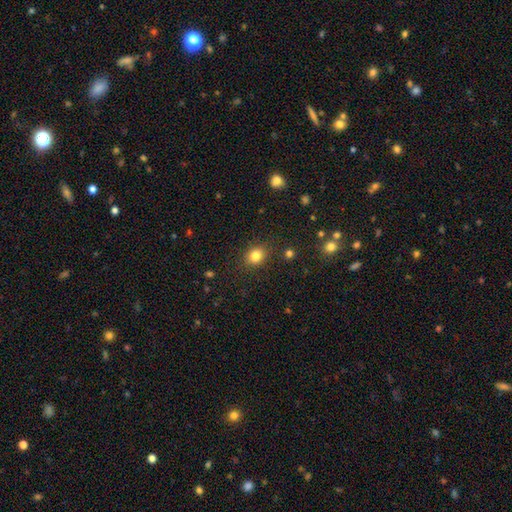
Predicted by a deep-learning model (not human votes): Morphology: type=smooth (82%); roundness=round (60%); merging=none (87%).